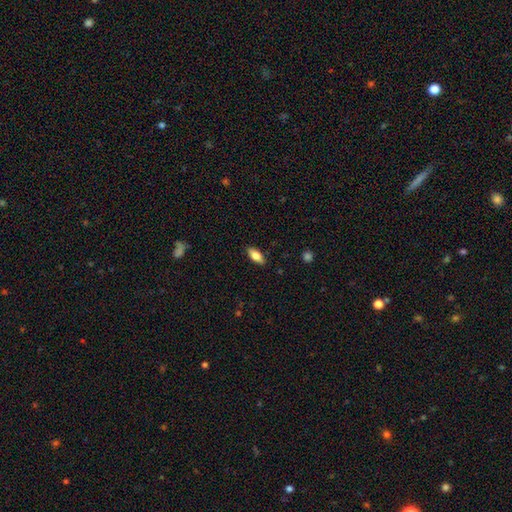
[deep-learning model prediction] Q: Smooth or featured?
A: smooth (75%); runner-up: featured or disk (18%)
Q: How rounded?
A: in between (83%); runner-up: cigar-shaped (14%)
Q: Merging?
A: none (88%); runner-up: minor disturbance (9%)